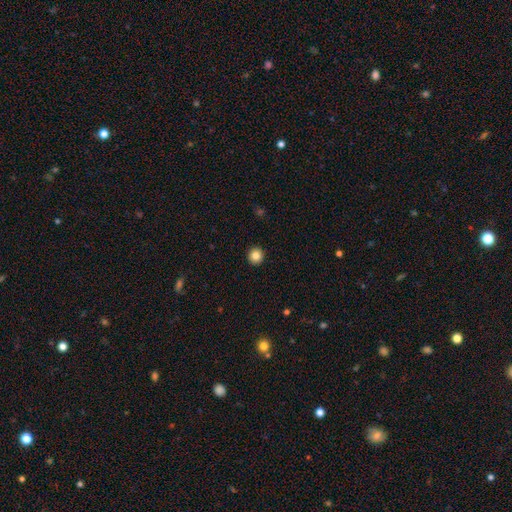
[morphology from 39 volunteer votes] smooth 85%, star or artifact 10%, featured or disk 5%. Down the decision tree: how rounded — round (88%); merging — none (94%).